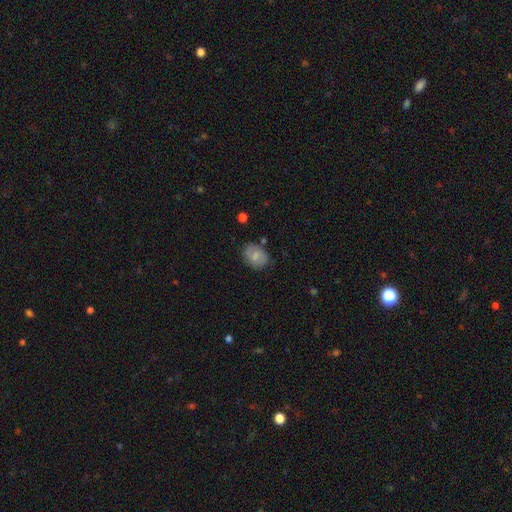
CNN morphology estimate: Smooth or featured? smooth (62%)
How rounded? in between (58%)
Merging? none (74%)